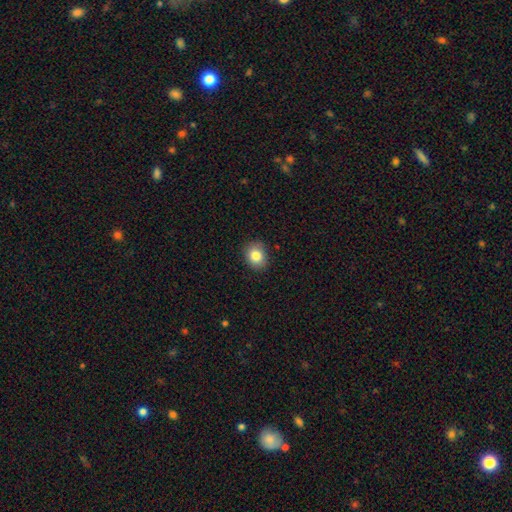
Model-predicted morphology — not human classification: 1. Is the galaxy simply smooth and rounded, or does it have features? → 84% smooth, 9% star or artifact, 7% featured or disk.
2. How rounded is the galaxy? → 61% round, 38% in between, 1% cigar-shaped.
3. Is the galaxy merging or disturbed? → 87% none, 10% minor disturbance, 2% major disturbance, 1% merger.